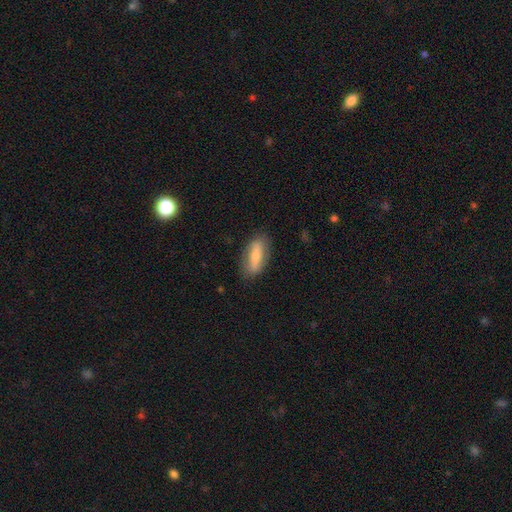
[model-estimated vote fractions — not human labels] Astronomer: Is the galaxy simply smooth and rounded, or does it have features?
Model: smooth — 64%.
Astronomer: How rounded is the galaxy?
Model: in between — 65%.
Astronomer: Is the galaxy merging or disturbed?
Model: none — 82%.